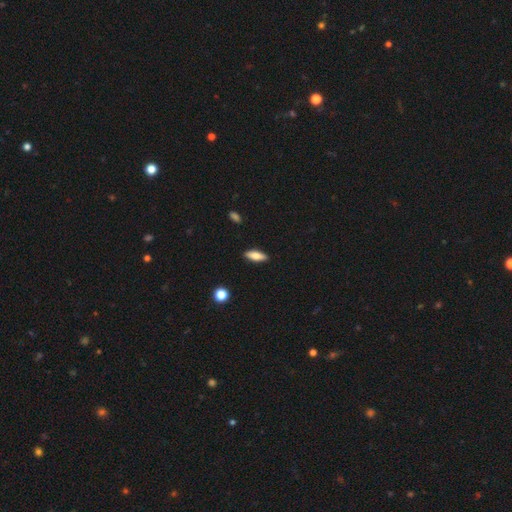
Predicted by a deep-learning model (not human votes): A smooth galaxy with no disk features (72%) that is in between round and cigar-shaped (62%).

Vote fractions:
- Smooth or featured? smooth: 72% / featured or disk: 22% / star or artifact: 7%
- How rounded? in between: 62% / cigar-shaped: 35% / round: 3%
- Merging? none: 89% / minor disturbance: 8% / major disturbance: 2% / merger: 1%